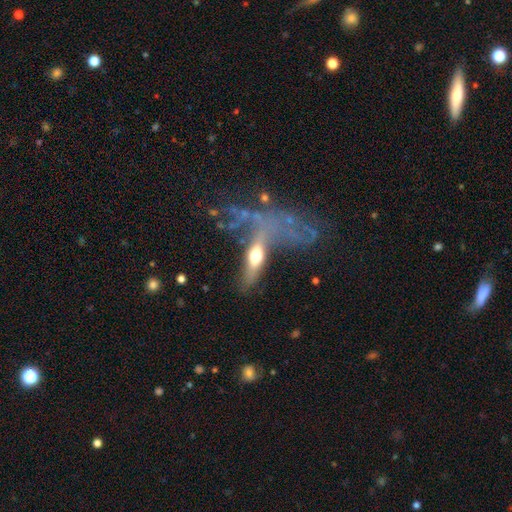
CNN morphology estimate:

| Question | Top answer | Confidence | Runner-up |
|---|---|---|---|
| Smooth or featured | featured or disk | 49% | smooth (41%) |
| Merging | major disturbance | 49% | none (21%) |